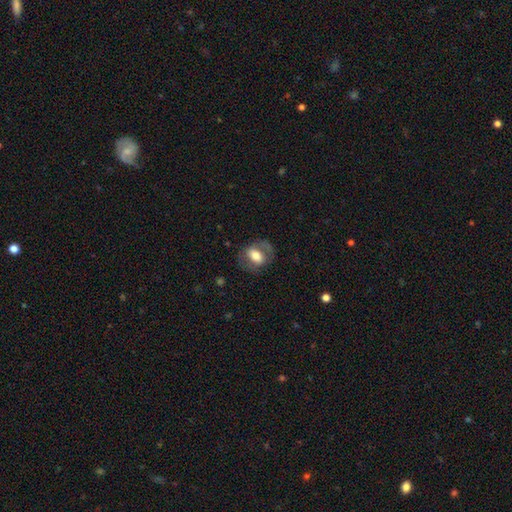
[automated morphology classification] The model was most divided on "smooth or featured": smooth: 54%, featured or disk: 39%, star or artifact: 7%. More confident: how rounded — in between (74%); merging — none (69%).